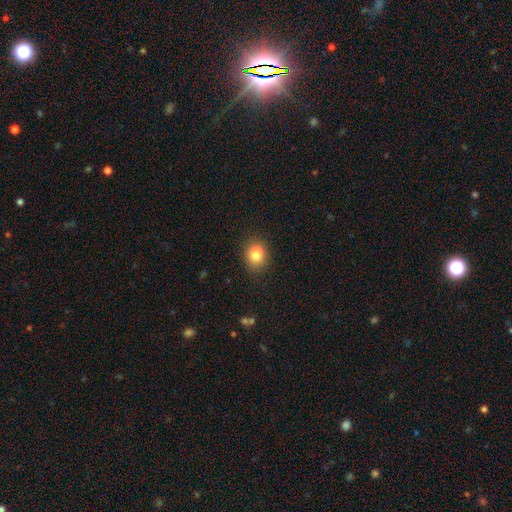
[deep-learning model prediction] smooth 82%, star or artifact 10%, featured or disk 8%. Down the decision tree: how rounded — in between (54%); merging — none (72%).